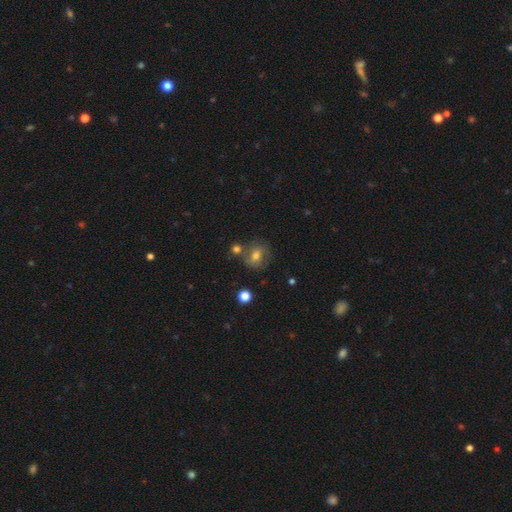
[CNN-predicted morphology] A smooth galaxy with no disk features (64%) that is round (78%). Merging: none (68%).